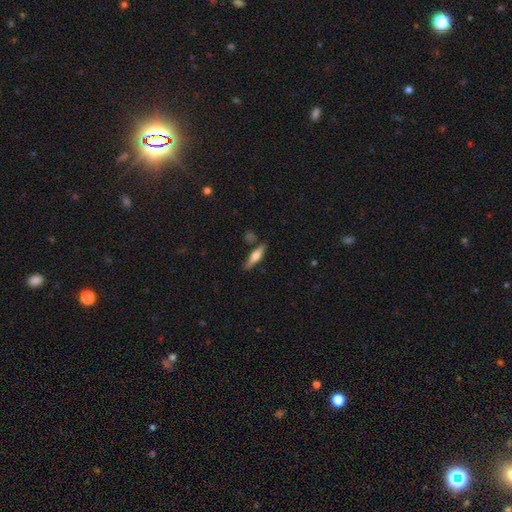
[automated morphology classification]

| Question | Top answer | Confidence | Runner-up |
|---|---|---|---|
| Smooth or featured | smooth | 53% | featured or disk (41%) |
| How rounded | cigar-shaped | 72% | in between (26%) |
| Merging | none | 79% | minor disturbance (13%) |